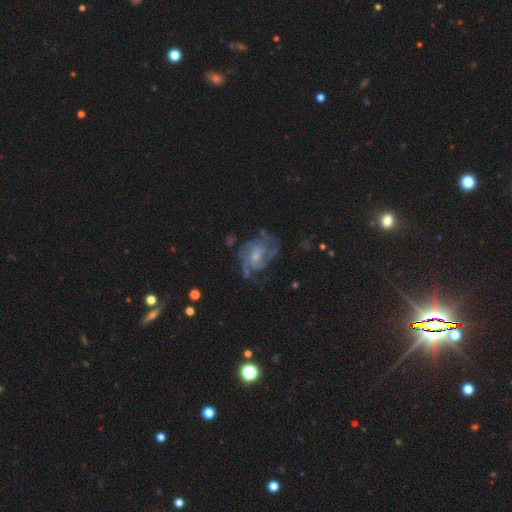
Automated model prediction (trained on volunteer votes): featured or disk 81%, smooth 12%, star or artifact 8%. Down the decision tree: edge-on disk — no (97%); bar — no (65%); spiral arms — yes (91%); spiral arm count — 3 (29%); spiral winding — medium (46%); bulge size — moderate (47%); merging — none (59%).